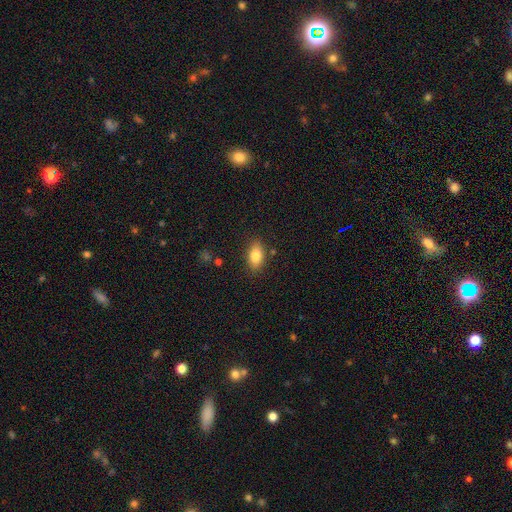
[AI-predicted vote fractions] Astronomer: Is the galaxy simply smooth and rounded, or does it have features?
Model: smooth — 82%.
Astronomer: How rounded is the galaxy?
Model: in between — 88%.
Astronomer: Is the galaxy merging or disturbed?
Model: none — 84%.